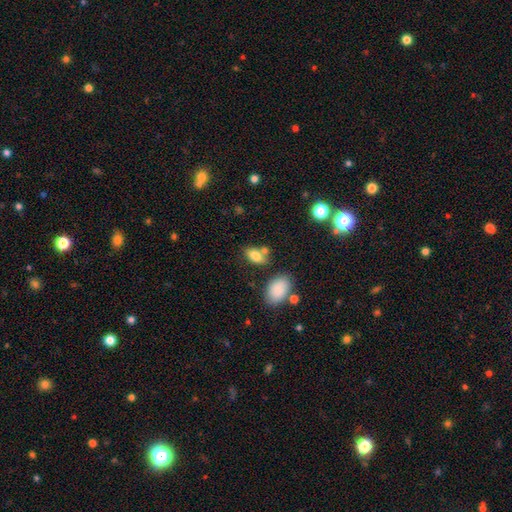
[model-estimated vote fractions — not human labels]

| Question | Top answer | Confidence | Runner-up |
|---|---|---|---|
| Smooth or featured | smooth | 81% | star or artifact (10%) |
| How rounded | in between | 88% | round (10%) |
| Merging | none | 58% | merger (22%) |